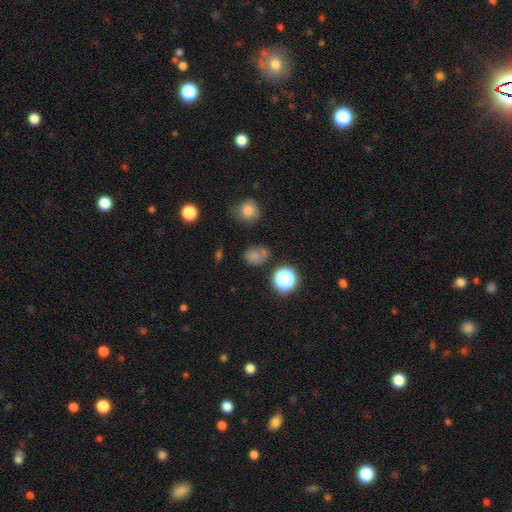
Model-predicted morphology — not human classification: smooth-or-featured: smooth: 71% | star or artifact: 21% | featured or disk: 7%
  how-rounded: round: 51% | in between: 48% | cigar-shaped: 1%
  merging: none: 66% | minor disturbance: 17% | merger: 10% | major disturbance: 7%